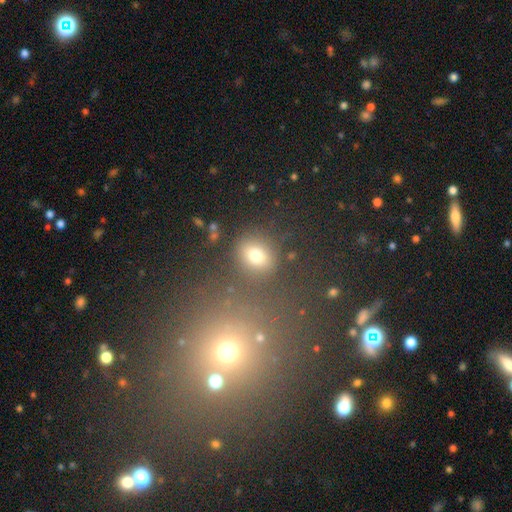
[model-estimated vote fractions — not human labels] This is likely a smooth galaxy (73%). How rounded: likely round (62%). Merging: likely none (79%).